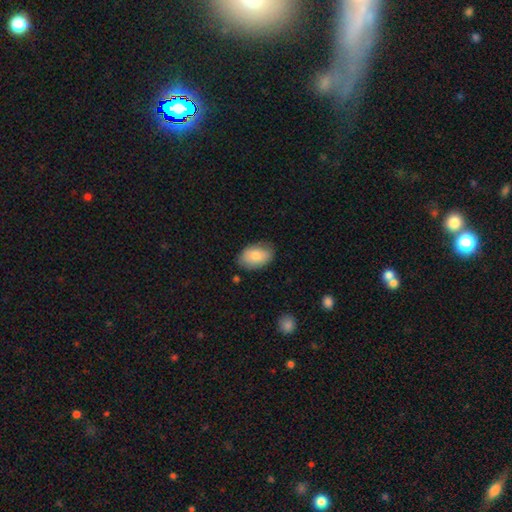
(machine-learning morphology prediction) A smooth galaxy with no disk features (81%) that is in between round and cigar-shaped (89%).

Vote fractions:
- Smooth or featured? smooth: 81% / featured or disk: 12% / star or artifact: 6%
- How rounded? in between: 89% / round: 10% / cigar-shaped: 1%
- Merging? none: 80% / minor disturbance: 16% / major disturbance: 3% / merger: 2%